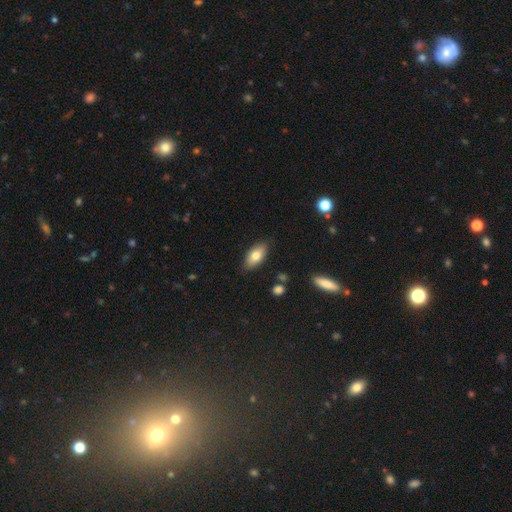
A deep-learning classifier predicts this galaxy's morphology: Q: Smooth or featured?
A: smooth (75%); runner-up: featured or disk (18%)
Q: How rounded?
A: in between (88%); runner-up: cigar-shaped (9%)
Q: Merging?
A: none (83%); runner-up: minor disturbance (12%)